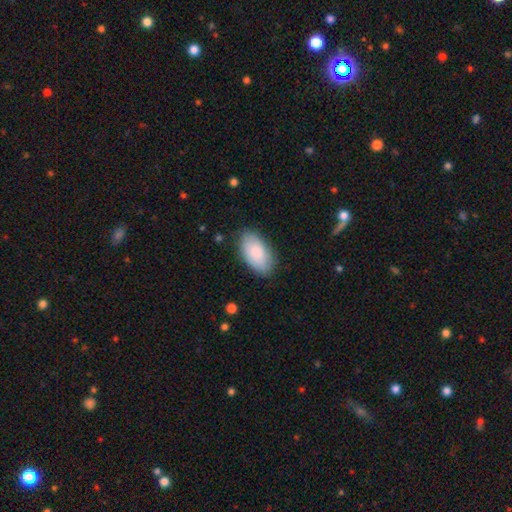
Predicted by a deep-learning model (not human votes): A smooth galaxy with no disk features (84%) that is in between round and cigar-shaped (95%).

Vote fractions:
- Smooth or featured? smooth: 84% / featured or disk: 10% / star or artifact: 5%
- How rounded? in between: 95% / round: 3% / cigar-shaped: 2%
- Merging? none: 81% / minor disturbance: 14% / major disturbance: 3% / merger: 1%